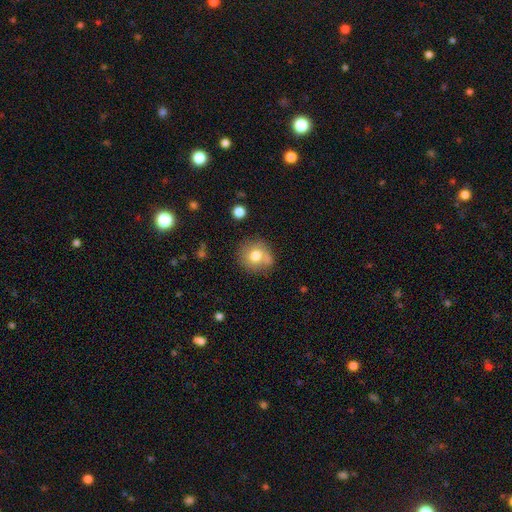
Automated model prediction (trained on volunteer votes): Smooth or featured?
  - smooth: 75% *
  - featured or disk: 15%
  - star or artifact: 10%
How rounded?
  - round: 88% *
  - in between: 11%
  - cigar-shaped: 1%
Merging?
  - none: 68% *
  - minor disturbance: 17%
  - merger: 10%
  - major disturbance: 5%